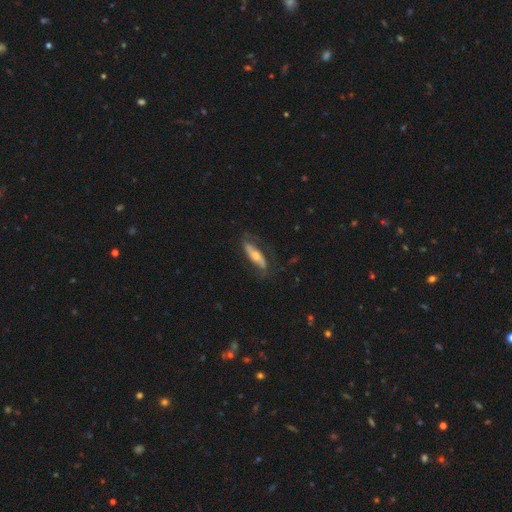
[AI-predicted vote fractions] The model was most divided on "edge-on disk": no: 54%, yes: 46%. More confident: merging — none (67%); smooth or featured — featured or disk (55%).